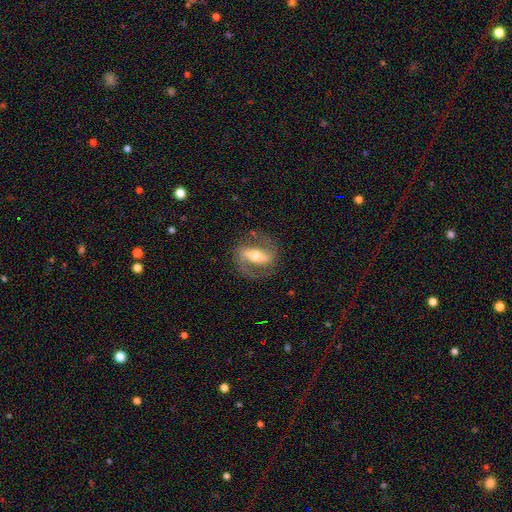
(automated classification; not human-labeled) A featured or disk galaxy (82%) with a strong bar (63%), 2 (89%) medium (51%) spiral arms (88%) and a moderate central bulge (63%).

Vote fractions:
- Smooth or featured? featured or disk: 82% / smooth: 12% / star or artifact: 5%
- Edge-on disk? no: 91% / yes: 9%
- Bar? strong: 63% / weak: 24% / no: 13%
- Spiral arms? yes: 88% / no: 12%
- Spiral winding? medium: 51% / loose: 27% / tight: 22%
- Spiral arm count? 2: 89% / can't tell: 4% / 1: 4% / 3: 1% / 4: 1% / more than 4: 1%
- Bulge size? moderate: 63% / small: 26% / large: 8% / dominant: 1% / none: 1%
- Merging? none: 79% / minor disturbance: 12% / major disturbance: 8% / merger: 1%